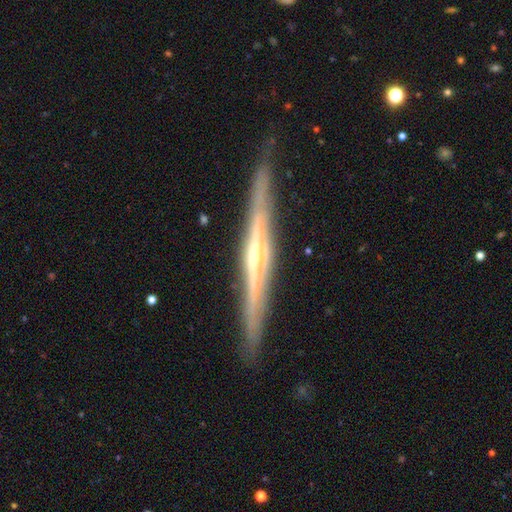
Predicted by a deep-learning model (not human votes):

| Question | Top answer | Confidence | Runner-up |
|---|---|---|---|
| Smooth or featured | featured or disk | 83% | smooth (12%) |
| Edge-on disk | yes | 97% | no (3%) |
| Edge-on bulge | rounded | 60% | none (30%) |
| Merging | none | 87% | minor disturbance (10%) |